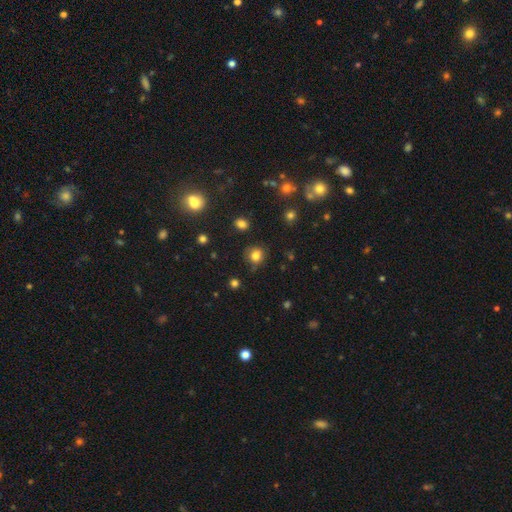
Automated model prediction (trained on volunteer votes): smooth_or_featured: smooth (p=0.80) [alt: star or artifact p=0.14]
how_rounded: round (p=0.86) [alt: in between p=0.13]
merging: none (p=0.78) [alt: minor disturbance p=0.16]